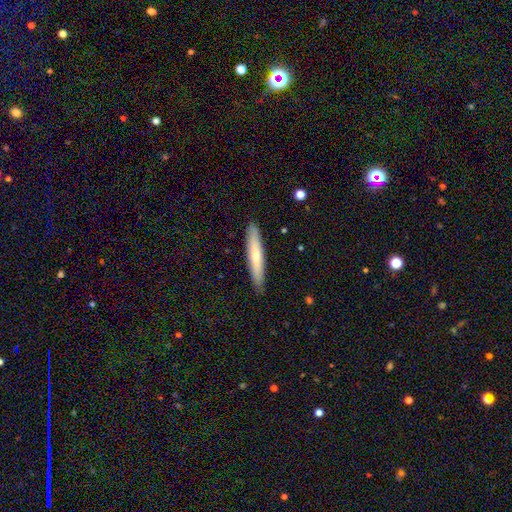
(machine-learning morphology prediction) smooth-or-featured: smooth: 61% | featured or disk: 33% | star or artifact: 5%
  how-rounded: cigar-shaped: 91% | in between: 8% | round: 1%
  merging: none: 90% | minor disturbance: 8% | major disturbance: 1% | merger: 1%